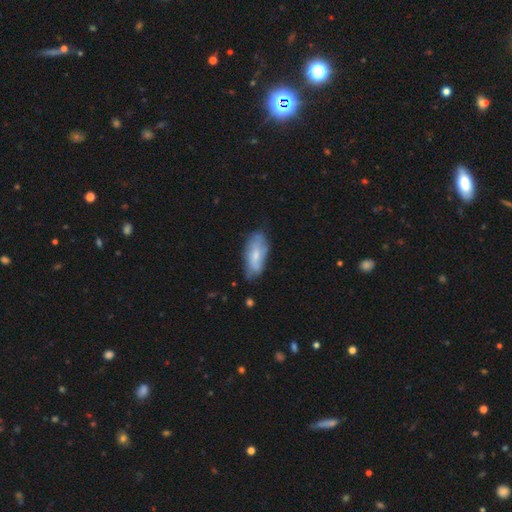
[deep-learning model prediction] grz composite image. It shows a smooth galaxy with no disk features (60%) that is in between round and cigar-shaped (87%). Merging: none (58%).